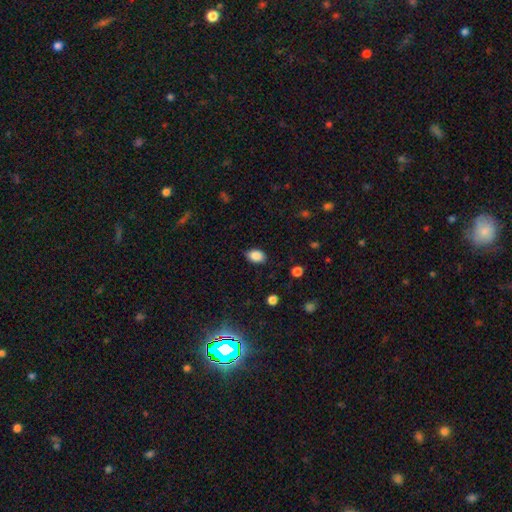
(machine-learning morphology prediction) Smooth or featured?
  - smooth: 87% *
  - star or artifact: 9%
  - featured or disk: 4%
How rounded?
  - in between: 82% *
  - round: 17%
  - cigar-shaped: 1%
Merging?
  - none: 82% *
  - minor disturbance: 14%
  - major disturbance: 3%
  - merger: 1%